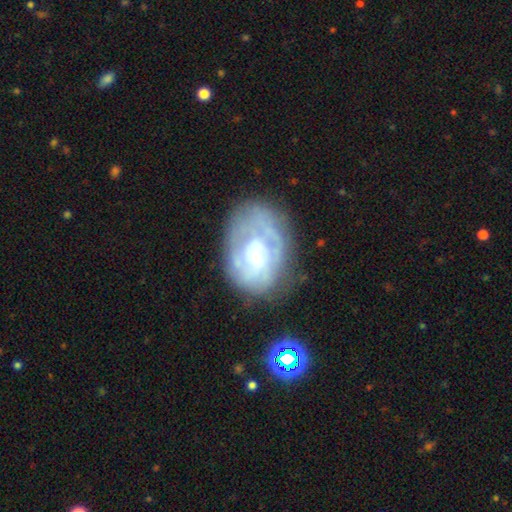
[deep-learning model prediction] Smooth or featured? Predicted: featured or disk (p=0.68). Edge-on disk? Predicted: no (p=0.97). Bar? Predicted: no (p=0.71). Spiral arms? Predicted: yes (p=0.66). Bulge size? Predicted: small (p=0.56). Merging? Predicted: none (p=0.55).